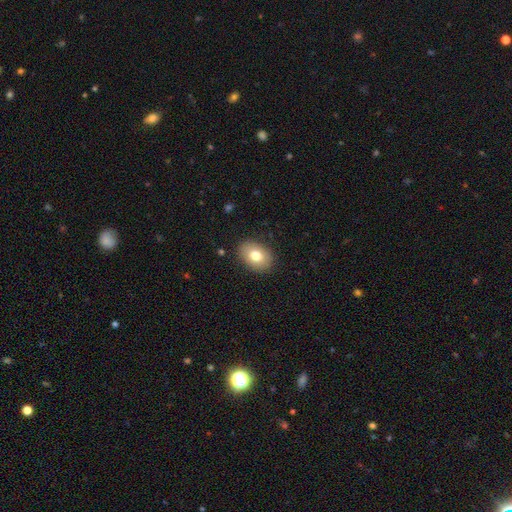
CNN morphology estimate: Overall: smooth (77%). How rounded: in between (77%). Merging: none (87%).